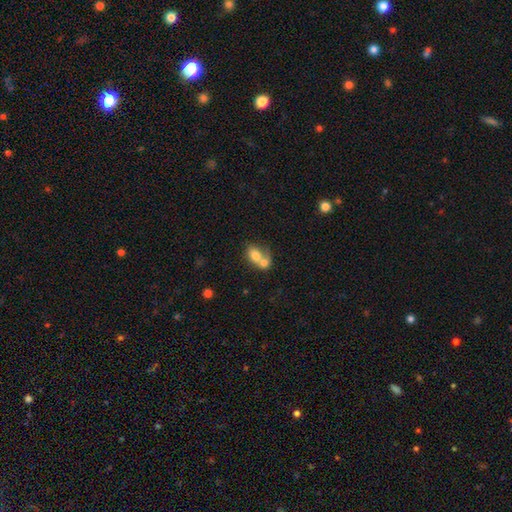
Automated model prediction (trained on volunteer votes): Q: Smooth or featured?
A: smooth (70%); runner-up: featured or disk (21%)
Q: How rounded?
A: in between (64%); runner-up: round (34%)
Q: Merging?
A: merger (70%); runner-up: none (17%)